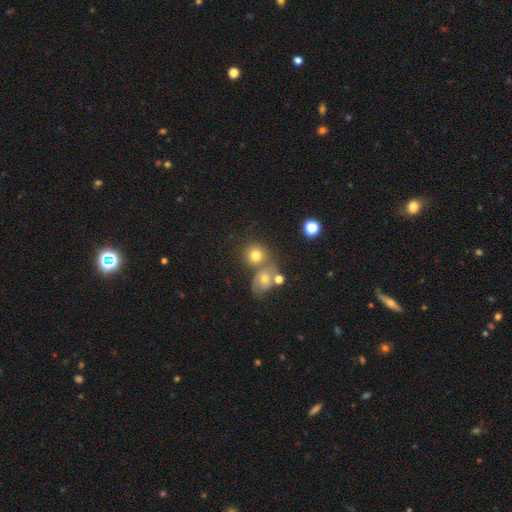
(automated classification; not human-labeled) Smooth or featured? smooth (73%)
How rounded? round (81%)
Merging? none (52%)